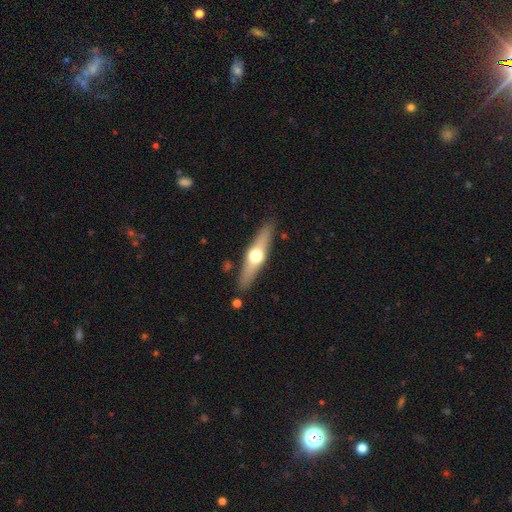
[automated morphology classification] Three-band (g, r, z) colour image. It shows a featured or disk galaxy (58%) viewed edge-on (92%) with a rounded central bulge (95%). Merging: none (87%).